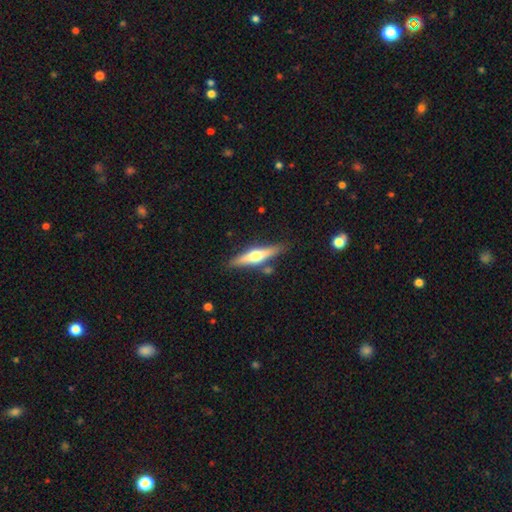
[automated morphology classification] This appears to be a featured or disk galaxy (61%) viewed edge-on (95%) with a rounded central bulge (94%). Merging: none (83%).